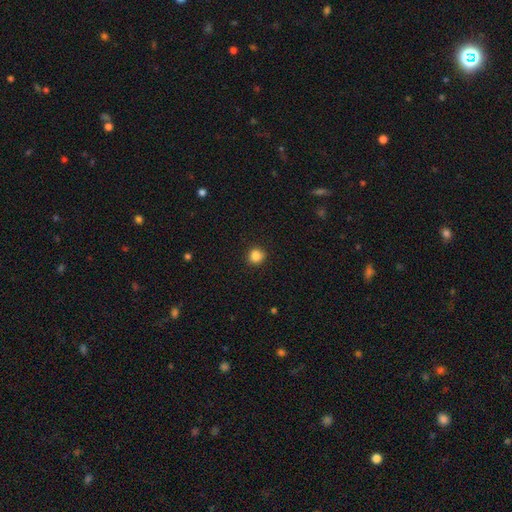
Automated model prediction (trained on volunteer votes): A smooth galaxy with no disk features (85%) that is round (84%).

Vote fractions:
- Smooth or featured? smooth: 85% / star or artifact: 11% / featured or disk: 4%
- How rounded? round: 84% / in between: 15% / cigar-shaped: 1%
- Merging? none: 89% / minor disturbance: 8% / major disturbance: 2% / merger: 1%